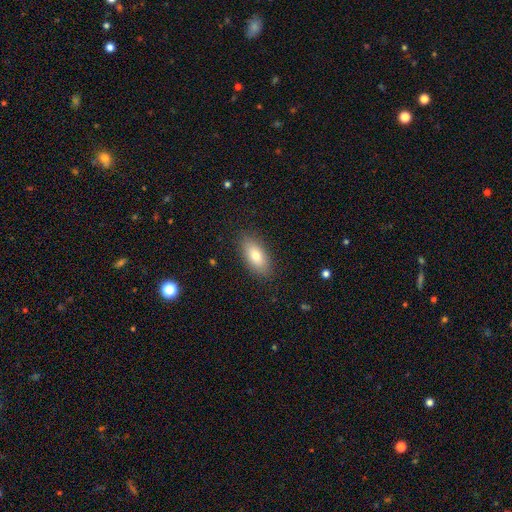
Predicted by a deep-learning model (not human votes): A smooth galaxy with no disk features (77%) that is in between round and cigar-shaped (85%). Merging: none (87%).